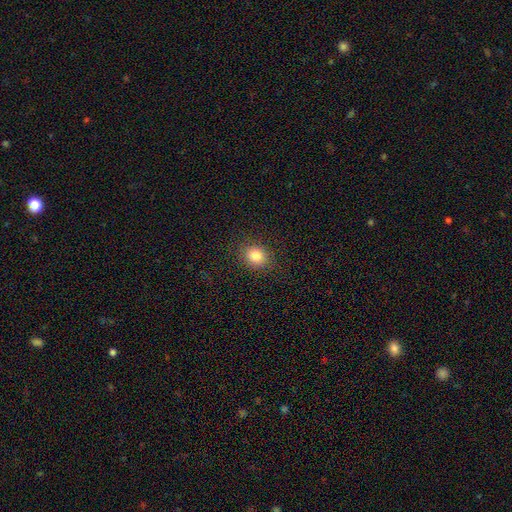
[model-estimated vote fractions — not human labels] A smooth galaxy with no disk features (84%) that is round (62%).

Vote fractions:
- Smooth or featured? smooth: 84% / star or artifact: 10% / featured or disk: 6%
- How rounded? round: 62% / in between: 37% / cigar-shaped: 1%
- Merging? none: 86% / minor disturbance: 9% / major disturbance: 3% / merger: 1%